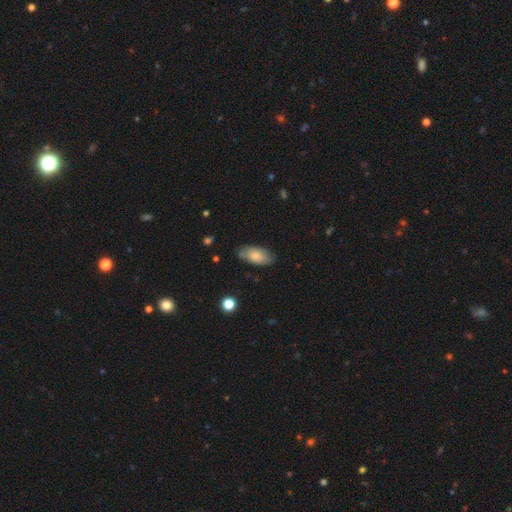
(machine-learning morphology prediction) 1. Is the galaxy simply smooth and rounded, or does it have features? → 70% smooth, 23% featured or disk, 7% star or artifact.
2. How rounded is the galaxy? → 92% in between, 5% cigar-shaped, 3% round.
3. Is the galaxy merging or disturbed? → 74% none, 20% minor disturbance, 4% major disturbance, 2% merger.